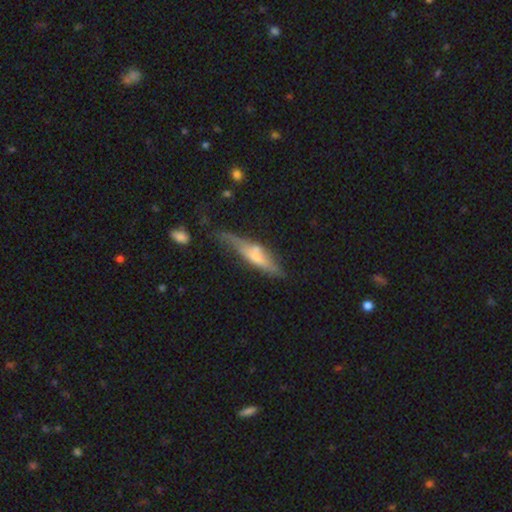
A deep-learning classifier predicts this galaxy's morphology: Overall: featured or disk (51%; smooth 42%). Edge-on disk: yes (79%). Merging: none (49%; minor disturbance 28%).